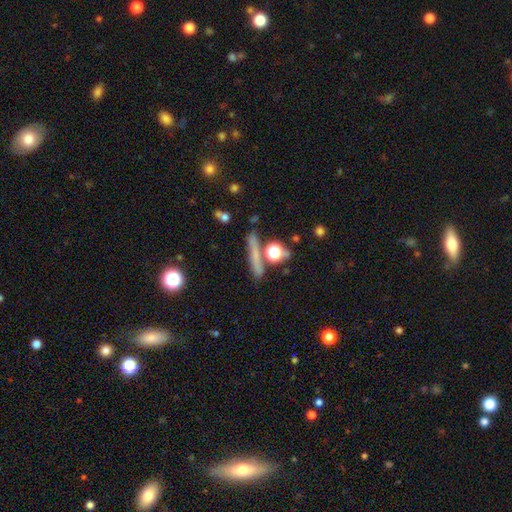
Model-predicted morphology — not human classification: Q: Smooth or featured?
A: smooth (59%); runner-up: featured or disk (28%)
Q: How rounded?
A: cigar-shaped (78%); runner-up: round (13%)
Q: Merging?
A: none (75%); runner-up: minor disturbance (10%)